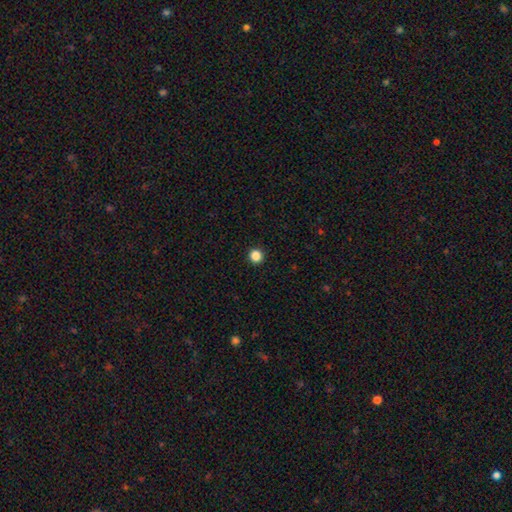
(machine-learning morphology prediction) This appears to be a smooth galaxy with no disk features (86%) that is round (95%). Merging: none (94%).